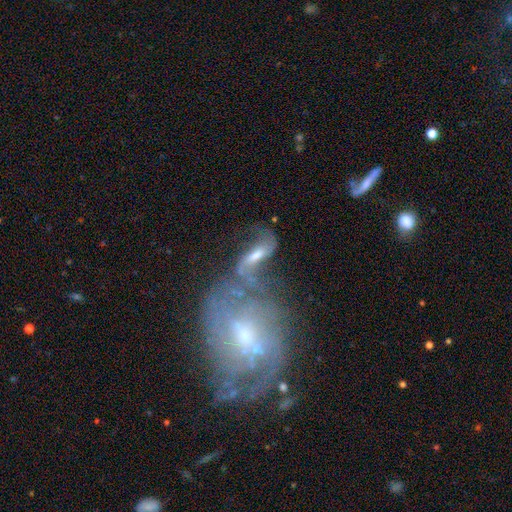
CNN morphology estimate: Smooth or featured: featured or disk — 64% (smooth — 25%)
Edge-on disk: no — 89% (yes — 11%)
Bar: weak — 40% (no — 35%)
Spiral arms: yes — 73% (no — 27%)
Bulge size: moderate — 48% (small — 31%)
Merging: merger — 41% (none — 28%)